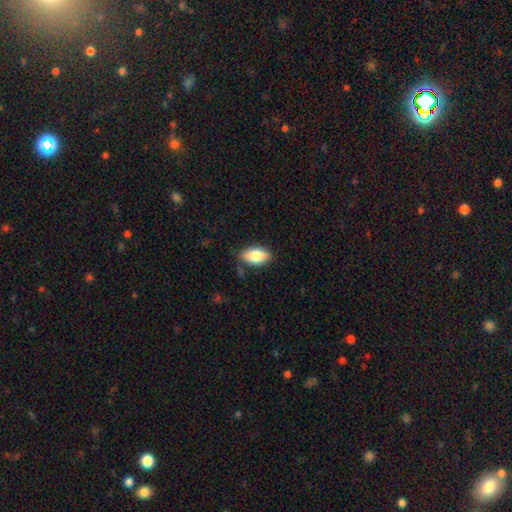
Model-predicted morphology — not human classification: This is clearly a smooth galaxy (81%). How rounded: clearly in between (91%). Merging: likely none (78%).